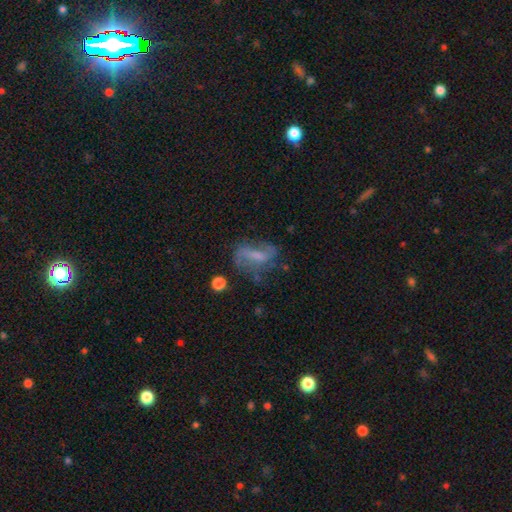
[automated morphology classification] Q: Smooth or featured?
A: featured or disk (57%); runner-up: smooth (31%)
Q: Edge-on disk?
A: no (91%); runner-up: yes (9%)
Q: Bar?
A: weak (40%); runner-up: no (32%)
Q: Spiral arms?
A: yes (68%); runner-up: no (32%)
Q: Bulge size?
A: none (38%); runner-up: small (32%)
Q: Merging?
A: none (49%); runner-up: minor disturbance (24%)